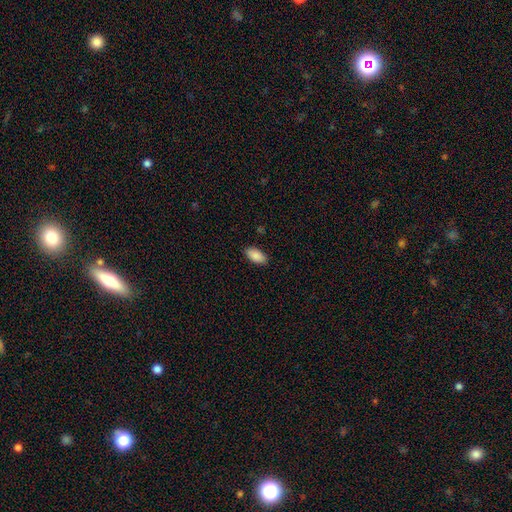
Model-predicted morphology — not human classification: This appears to be a smooth galaxy with no disk features (89%) that is in between round and cigar-shaped (93%). Merging: none (88%).